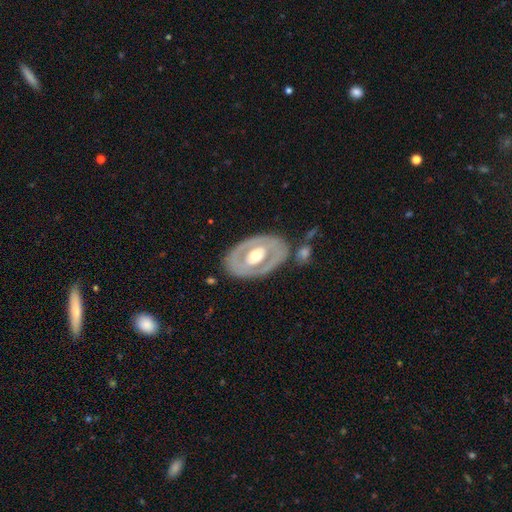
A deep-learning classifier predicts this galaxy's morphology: Smooth or featured? Predicted: featured or disk (p=0.70). Edge-on disk? Predicted: no (p=0.92). Bar? Predicted: no (p=0.67). Spiral arms? Predicted: no (p=0.75). Bulge size? Predicted: moderate (p=0.71). Merging? Predicted: none (p=0.73).